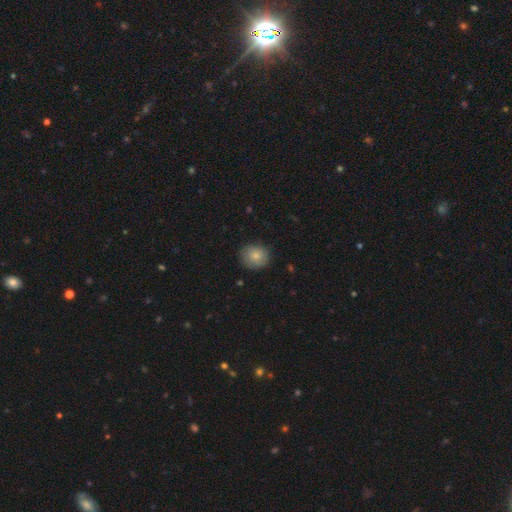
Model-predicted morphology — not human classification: Q: Smooth or featured?
A: smooth (78%); runner-up: featured or disk (14%)
Q: How rounded?
A: round (74%); runner-up: in between (25%)
Q: Merging?
A: none (82%); runner-up: minor disturbance (14%)